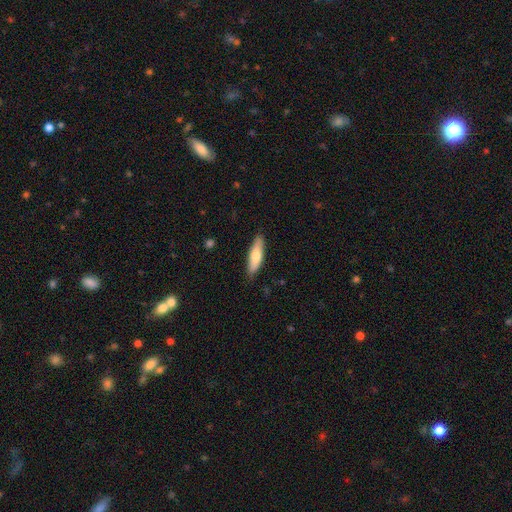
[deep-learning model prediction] This is likely a smooth galaxy (71%). How rounded: likely cigar-shaped (60%). Merging: clearly none (86%).